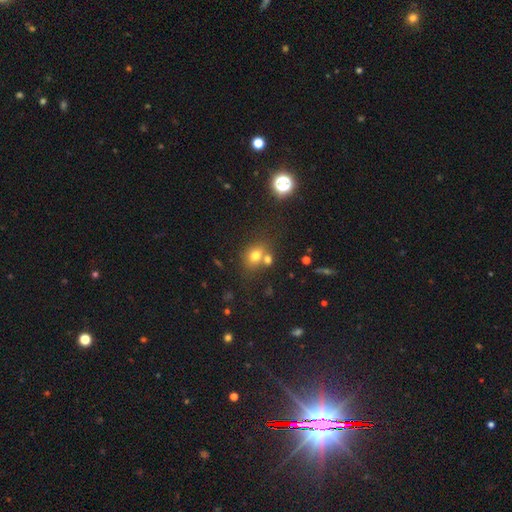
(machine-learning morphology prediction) Smooth or featured: smooth — 72% (star or artifact — 15%)
How rounded: in between — 50% (round — 49%)
Merging: none — 54% (merger — 29%)